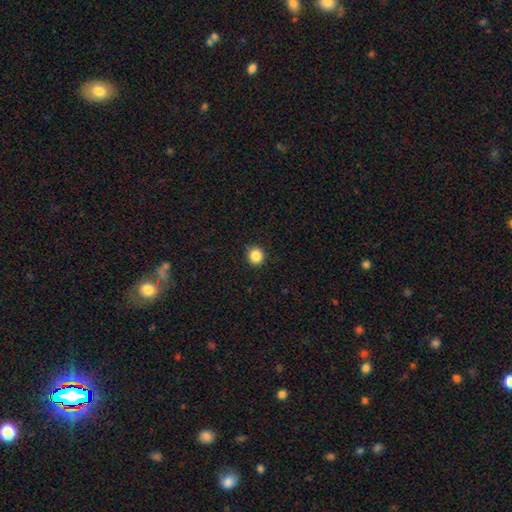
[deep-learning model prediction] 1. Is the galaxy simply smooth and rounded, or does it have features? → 86% smooth, 11% star or artifact, 4% featured or disk.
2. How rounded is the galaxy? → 93% round, 6% in between, 1% cigar-shaped.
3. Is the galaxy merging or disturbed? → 92% none, 6% minor disturbance, 2% major disturbance, 1% merger.